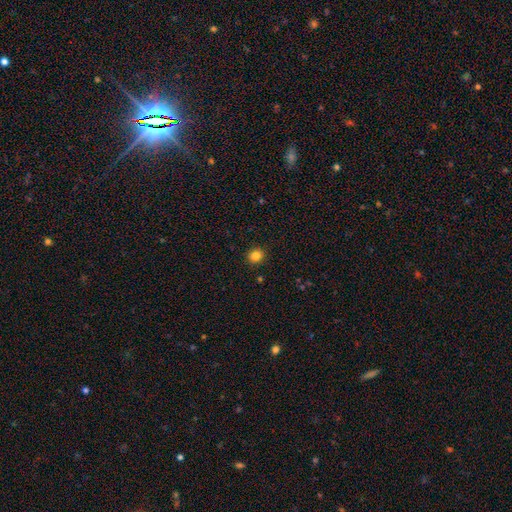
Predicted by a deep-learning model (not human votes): smooth 83%, star or artifact 12%, featured or disk 5%. Down the decision tree: how rounded — round (86%); merging — none (91%).